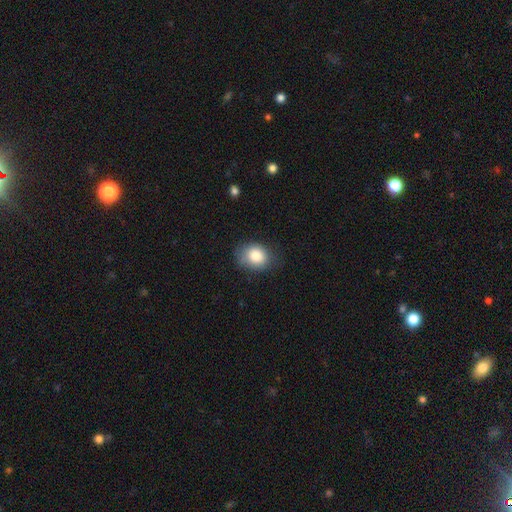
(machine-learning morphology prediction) Smooth or featured?
  - smooth: 85% *
  - star or artifact: 9%
  - featured or disk: 7%
How rounded?
  - in between: 51% *
  - round: 48%
  - cigar-shaped: 1%
Merging?
  - none: 70% *
  - minor disturbance: 23%
  - major disturbance: 6%
  - merger: 2%